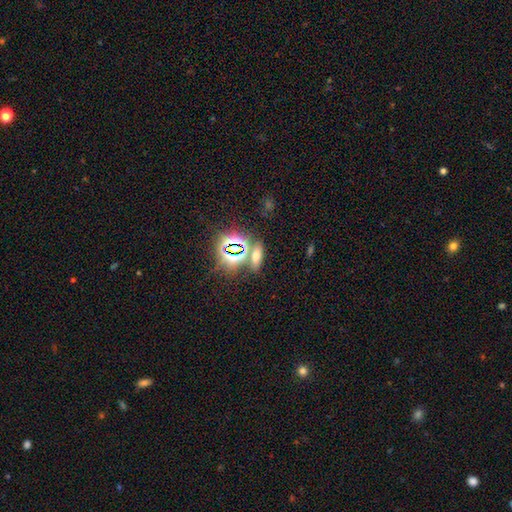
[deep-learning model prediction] Overall: smooth (50%; star or artifact 38%). Merging: none (75%).